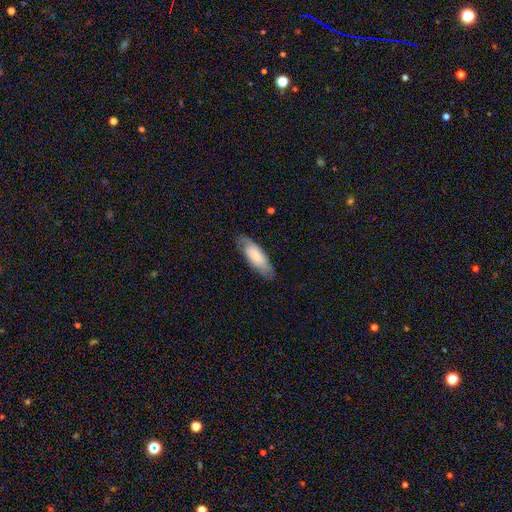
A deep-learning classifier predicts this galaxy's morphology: smooth-or-featured: smooth: 53% | featured or disk: 42% | star or artifact: 6%
  how-rounded: in between: 68% | cigar-shaped: 31% | round: 2%
  merging: none: 75% | minor disturbance: 19% | major disturbance: 5% | merger: 1%